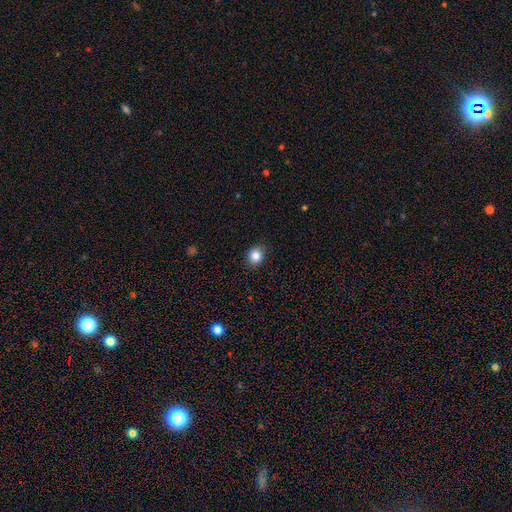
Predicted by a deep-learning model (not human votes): Smooth or featured? Predicted: smooth (p=0.84). How rounded? Predicted: round (p=0.67). Merging? Predicted: none (p=0.83).